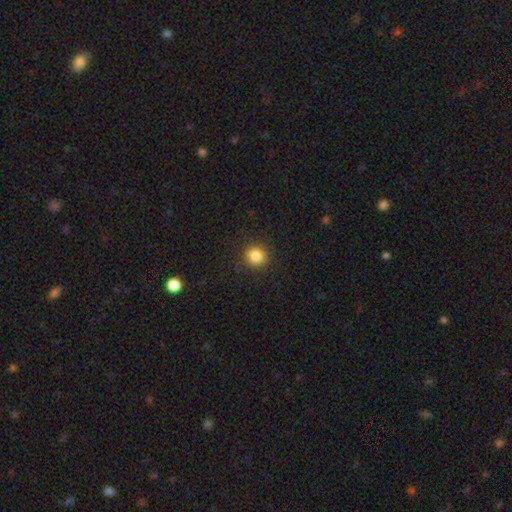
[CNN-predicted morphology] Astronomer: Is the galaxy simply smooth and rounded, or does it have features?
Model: smooth — 85%.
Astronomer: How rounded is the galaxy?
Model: round — 90%.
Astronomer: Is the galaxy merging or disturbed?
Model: none — 90%.